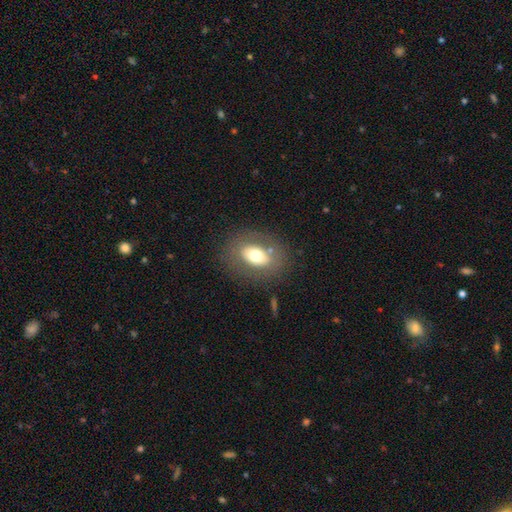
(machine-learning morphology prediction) Smooth or featured: smooth — 61% (featured or disk — 30%)
How rounded: in between — 76% (round — 22%)
Merging: none — 78% (minor disturbance — 12%)